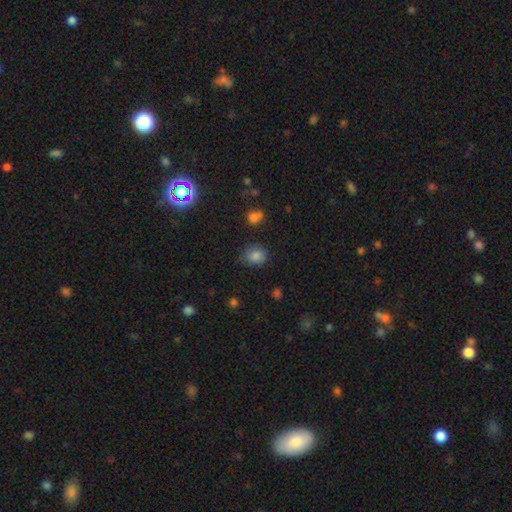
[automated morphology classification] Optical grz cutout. It shows a smooth galaxy with no disk features (82%) that is round (63%). Merging: none (71%).